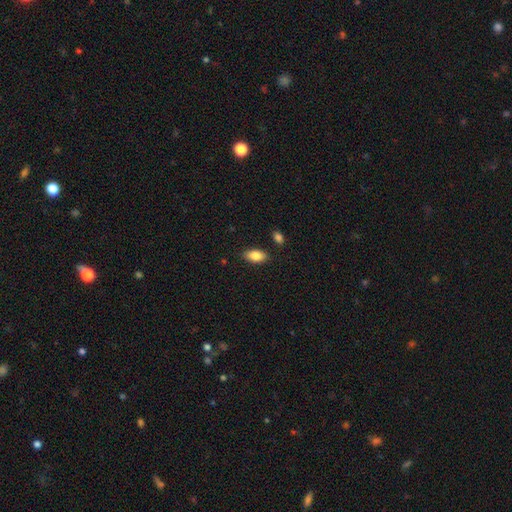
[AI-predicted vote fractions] Overall: smooth (84%). How rounded: in between (92%). Merging: none (85%).